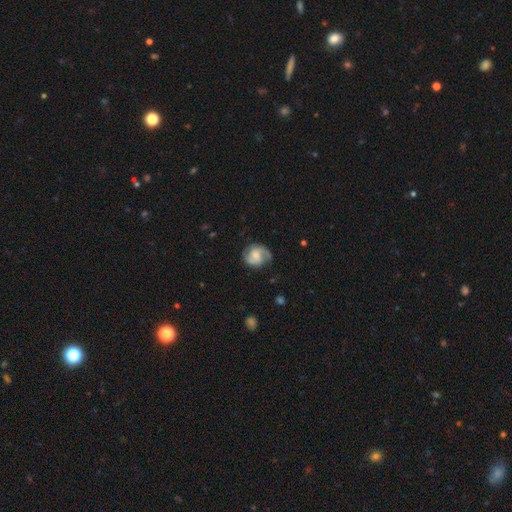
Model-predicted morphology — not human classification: smooth-or-featured: featured or disk: 71% | smooth: 22% | star or artifact: 7%
  disk-edge-on: no: 98% | yes: 2%
    bar: no: 53% | weak: 39% | strong: 8%
    has-spiral-arms: yes: 94% | no: 6%
      spiral-winding: medium: 46% | tight: 33% | loose: 21%
      spiral-arm-count: 2: 74% | 1: 11% | can't tell: 8% | 3: 4% | 4: 1% | more than 4: 1%
    bulge-size: moderate: 37% | small: 36% | none: 16% | large: 9% | dominant: 2%
  merging: none: 67% | minor disturbance: 21% | major disturbance: 10% | merger: 2%